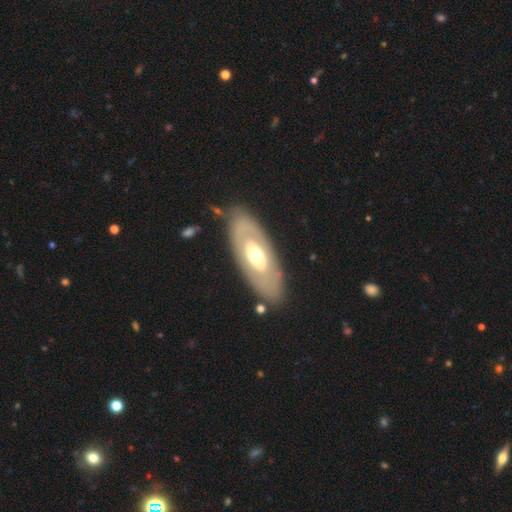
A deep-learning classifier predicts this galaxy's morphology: smooth-or-featured: featured or disk: 55% | smooth: 40% | star or artifact: 5%
  disk-edge-on: no: 83% | yes: 17%
  merging: none: 82% | minor disturbance: 11% | major disturbance: 5% | merger: 2%